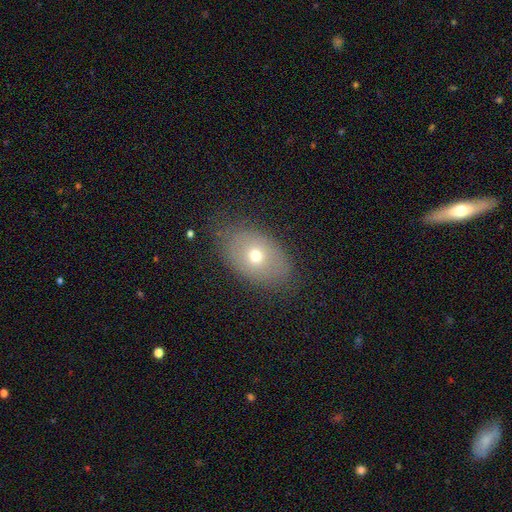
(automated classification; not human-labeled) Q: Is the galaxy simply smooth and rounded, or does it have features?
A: smooth — 63%.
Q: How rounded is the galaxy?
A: in between — 81%.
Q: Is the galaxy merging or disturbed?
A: none — 77%.